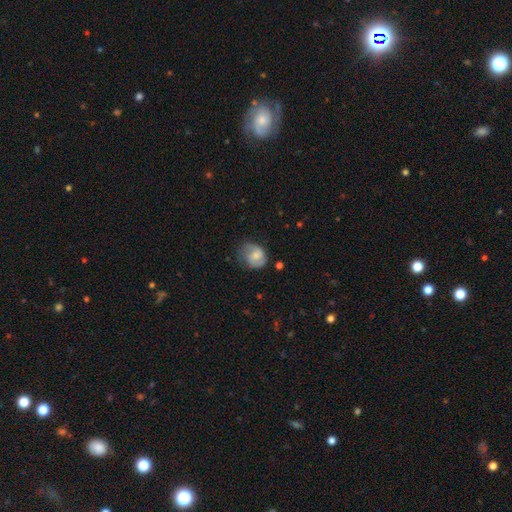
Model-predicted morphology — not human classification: This is possibly a smooth galaxy (53%). How rounded: likely round (64%). Merging: possibly none (54%).